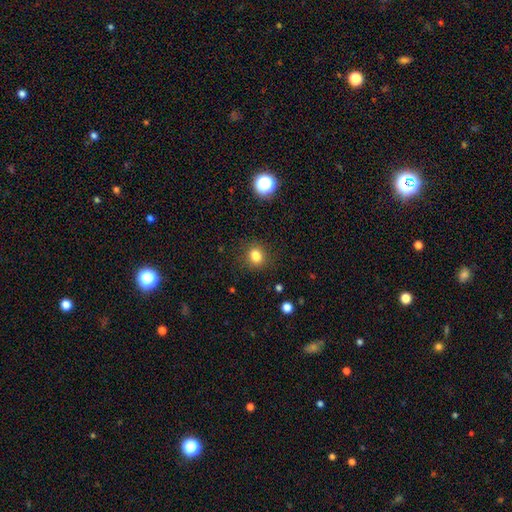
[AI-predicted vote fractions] smooth-or-featured: smooth: 82% | star or artifact: 13% | featured or disk: 5%
  how-rounded: round: 56% | in between: 43% | cigar-shaped: 1%
  merging: none: 83% | minor disturbance: 11% | major disturbance: 4% | merger: 3%